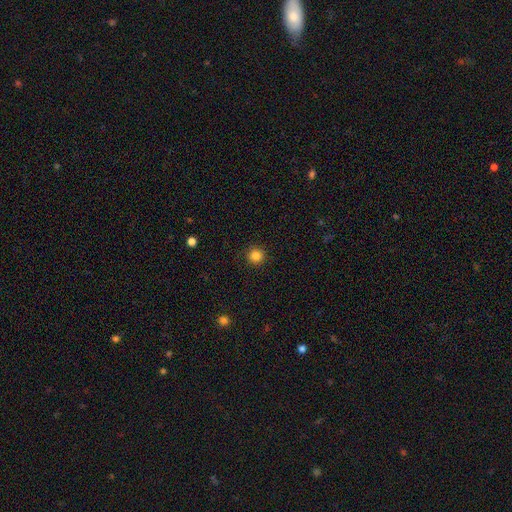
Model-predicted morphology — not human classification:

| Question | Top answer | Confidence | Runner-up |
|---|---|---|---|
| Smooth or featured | smooth | 84% | star or artifact (12%) |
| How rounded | round | 96% | in between (4%) |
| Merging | none | 92% | minor disturbance (5%) |